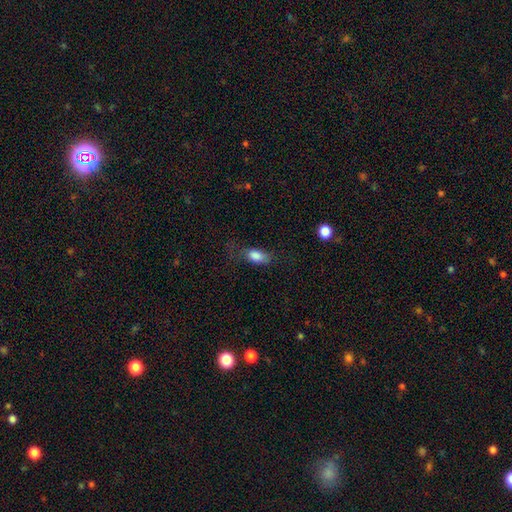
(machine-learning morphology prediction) Q: Smooth or featured?
A: smooth (82%); runner-up: featured or disk (10%)
Q: How rounded?
A: in between (87%); runner-up: cigar-shaped (7%)
Q: Merging?
A: none (48%); runner-up: minor disturbance (28%)